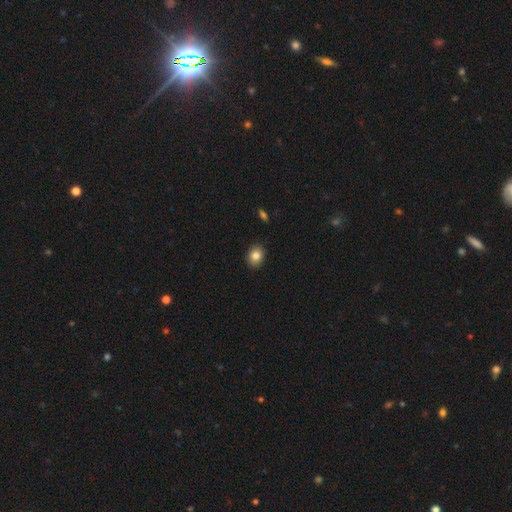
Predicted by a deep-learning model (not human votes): Smooth or featured?
  - smooth: 83% *
  - star or artifact: 9%
  - featured or disk: 8%
How rounded?
  - in between: 56% *
  - round: 43%
  - cigar-shaped: 1%
Merging?
  - none: 89% *
  - minor disturbance: 8%
  - major disturbance: 2%
  - merger: 1%